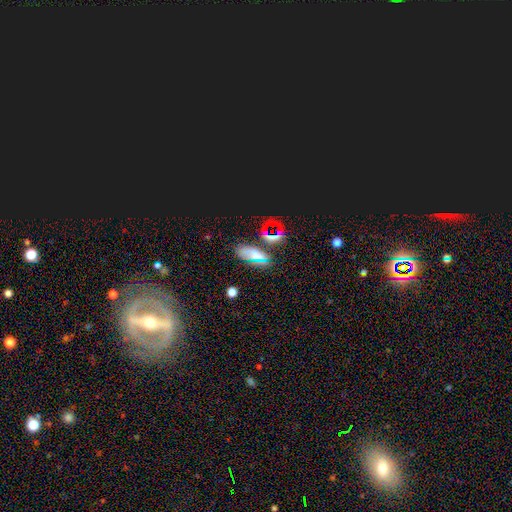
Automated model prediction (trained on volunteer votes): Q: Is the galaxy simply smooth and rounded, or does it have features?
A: smooth — 52%.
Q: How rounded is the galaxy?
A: in between — 85%.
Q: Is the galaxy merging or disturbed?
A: none — 74%.